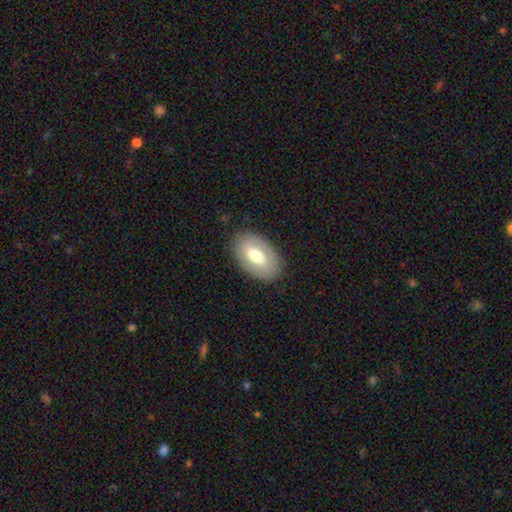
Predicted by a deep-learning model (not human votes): Overall: smooth (56%; featured or disk 38%). How rounded: in between (92%). Merging: none (84%).